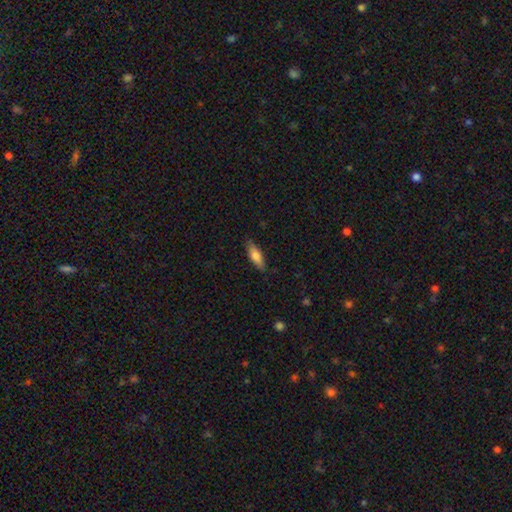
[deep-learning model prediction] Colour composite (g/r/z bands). It shows a smooth galaxy with no disk features (73%) that is in between round and cigar-shaped (54%). Merging: none (83%).